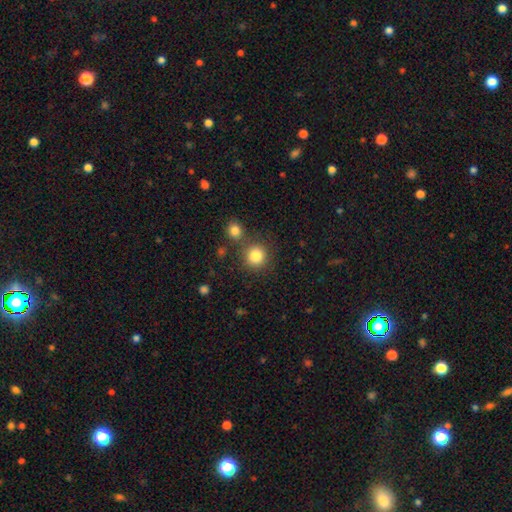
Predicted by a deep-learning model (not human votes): This is clearly a smooth galaxy (83%). How rounded: clearly round (92%). Merging: likely none (76%).